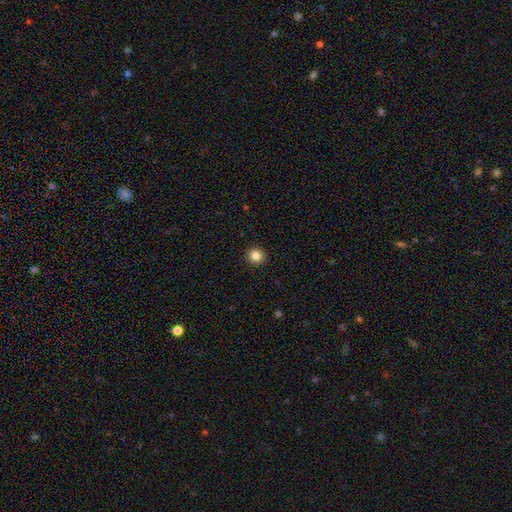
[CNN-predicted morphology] smooth 83%, star or artifact 12%, featured or disk 5%. Down the decision tree: how rounded — round (95%); merging — none (93%).